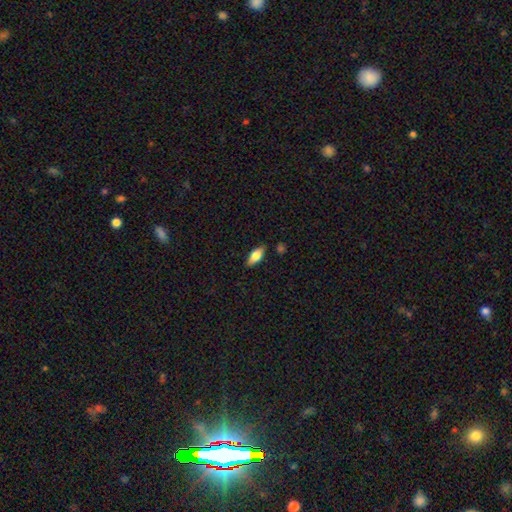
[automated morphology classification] Smooth or featured: smooth — 72% (featured or disk — 21%)
How rounded: in between — 81% (cigar-shaped — 16%)
Merging: none — 83% (minor disturbance — 12%)